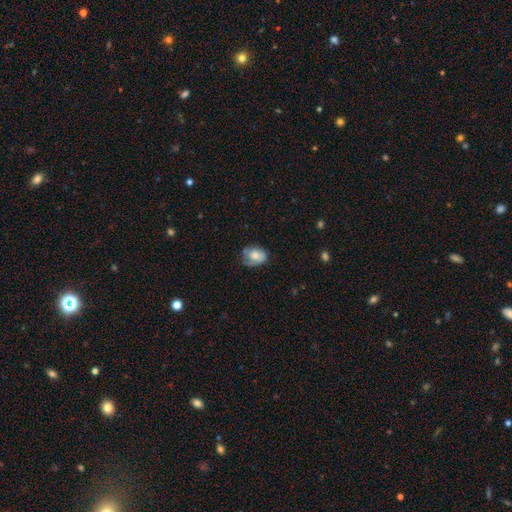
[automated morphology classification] Q: Smooth or featured?
A: smooth (63%); runner-up: featured or disk (28%)
Q: How rounded?
A: in between (61%); runner-up: round (38%)
Q: Merging?
A: none (51%); runner-up: minor disturbance (33%)